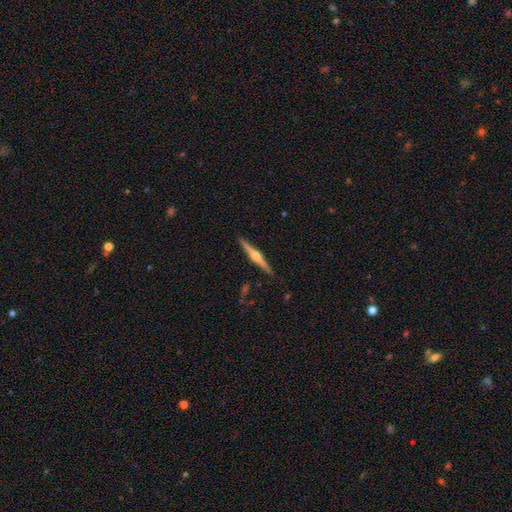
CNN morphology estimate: A featured or disk galaxy (80%) viewed edge-on (98%) with a rounded central bulge (94%).

Vote fractions:
- Smooth or featured? featured or disk: 80% / smooth: 15% / star or artifact: 5%
- Edge-on disk? yes: 98% / no: 2%
- Edge-on bulge? rounded: 94% / boxy: 3% / none: 2%
- Merging? none: 91% / minor disturbance: 6% / major disturbance: 1% / merger: 1%